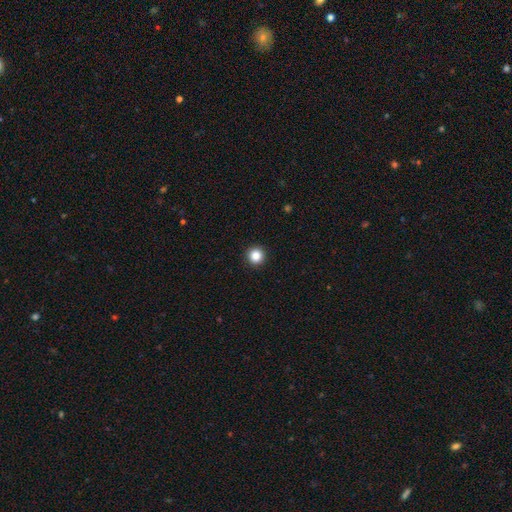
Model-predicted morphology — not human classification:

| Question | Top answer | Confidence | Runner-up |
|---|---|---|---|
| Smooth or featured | smooth | 85% | star or artifact (11%) |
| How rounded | round | 96% | in between (3%) |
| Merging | none | 93% | minor disturbance (4%) |